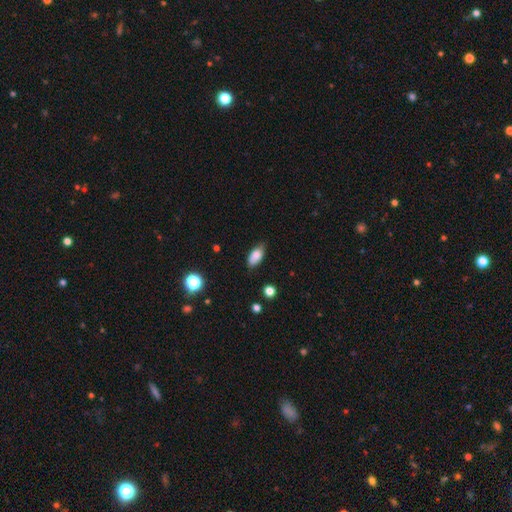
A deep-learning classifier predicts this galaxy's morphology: Smooth or featured: smooth — 84% (star or artifact — 8%)
How rounded: in between — 89% (cigar-shaped — 7%)
Merging: none — 77% (minor disturbance — 19%)